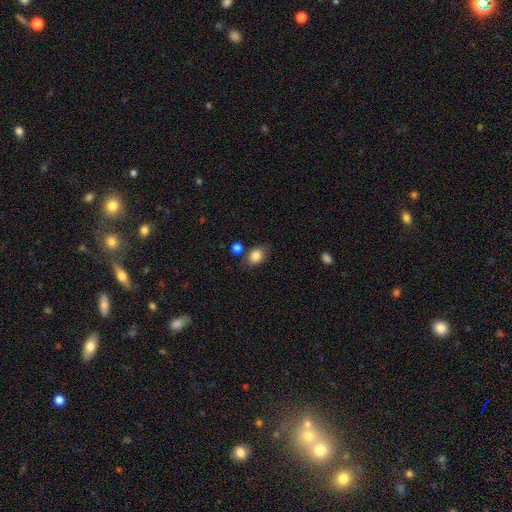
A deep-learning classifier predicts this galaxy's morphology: A smooth galaxy with no disk features (84%) that is in between round and cigar-shaped (62%).

Vote fractions:
- Smooth or featured? smooth: 84% / star or artifact: 9% / featured or disk: 7%
- How rounded? in between: 62% / round: 37% / cigar-shaped: 1%
- Merging? none: 71% / minor disturbance: 17% / merger: 7% / major disturbance: 5%